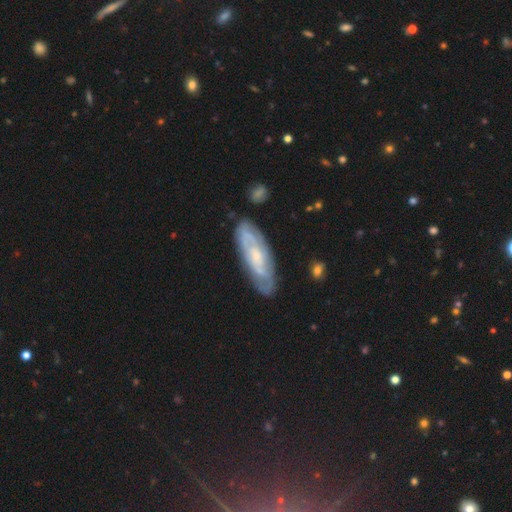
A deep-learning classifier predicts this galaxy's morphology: Smooth or featured? featured or disk (70%)
Edge-on disk? no (82%)
Bar? no (64%)
Spiral arms? yes (81%)
Bulge size? small (58%)
Merging? none (78%)